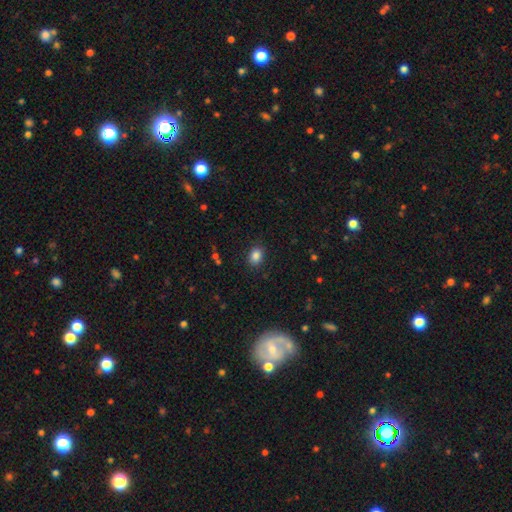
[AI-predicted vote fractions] Smooth or featured? Predicted: smooth (p=0.85). How rounded? Predicted: in between (p=0.62). Merging? Predicted: none (p=0.86).